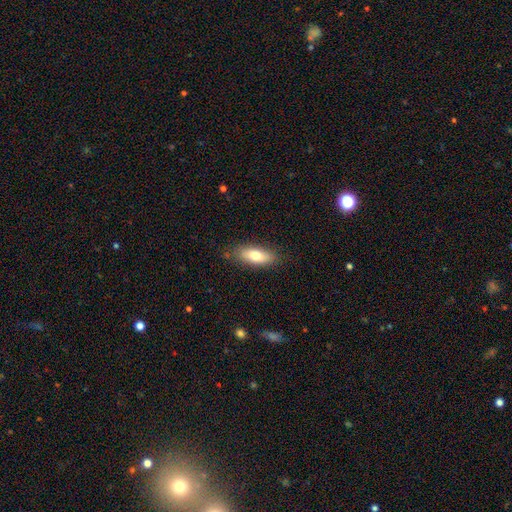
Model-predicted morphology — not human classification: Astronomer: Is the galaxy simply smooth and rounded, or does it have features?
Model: smooth — 73%.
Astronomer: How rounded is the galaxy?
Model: in between — 75%.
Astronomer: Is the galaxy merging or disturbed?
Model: none — 82%.